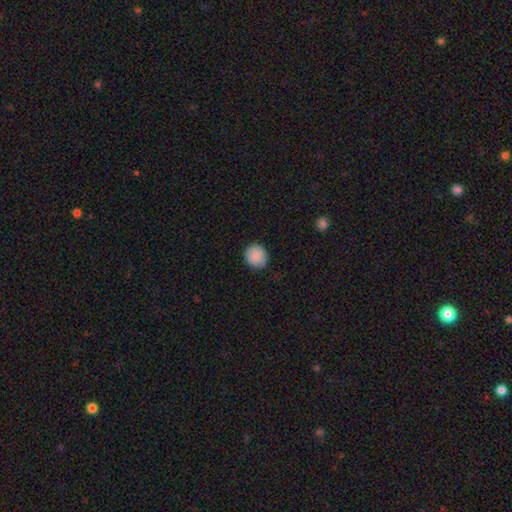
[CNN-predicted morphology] Smooth or featured? smooth (89%)
How rounded? round (82%)
Merging? none (87%)